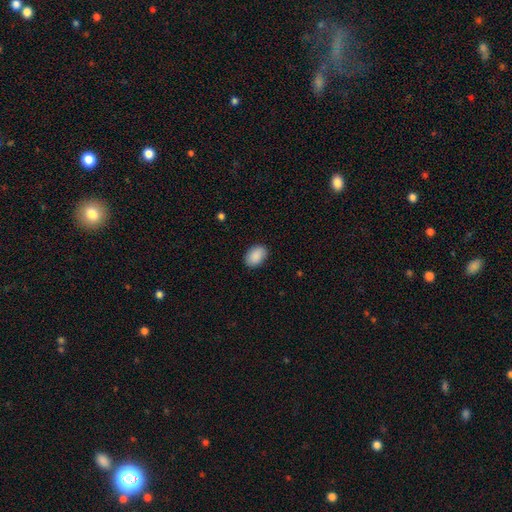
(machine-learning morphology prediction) This is clearly a smooth galaxy (90%). How rounded: clearly in between (84%). Merging: clearly none (87%).